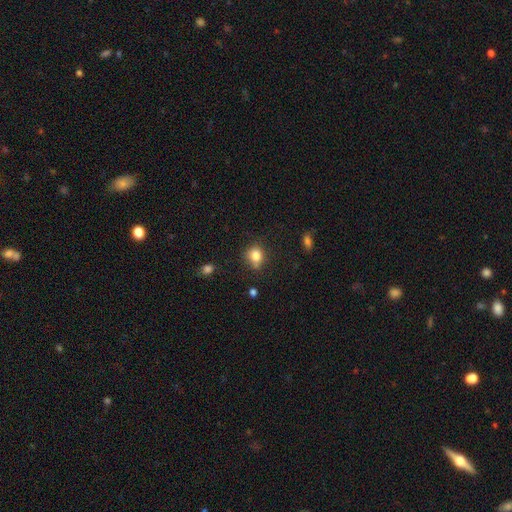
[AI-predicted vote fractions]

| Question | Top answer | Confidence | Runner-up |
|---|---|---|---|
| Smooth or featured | smooth | 81% | star or artifact (12%) |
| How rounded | round | 74% | in between (25%) |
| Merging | none | 68% | minor disturbance (20%) |